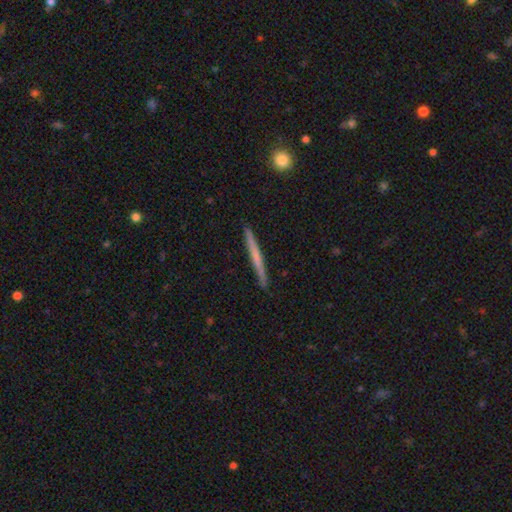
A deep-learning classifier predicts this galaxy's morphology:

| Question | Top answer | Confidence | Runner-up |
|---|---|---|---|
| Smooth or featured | smooth | 50% | featured or disk (45%) |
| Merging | none | 91% | minor disturbance (6%) |